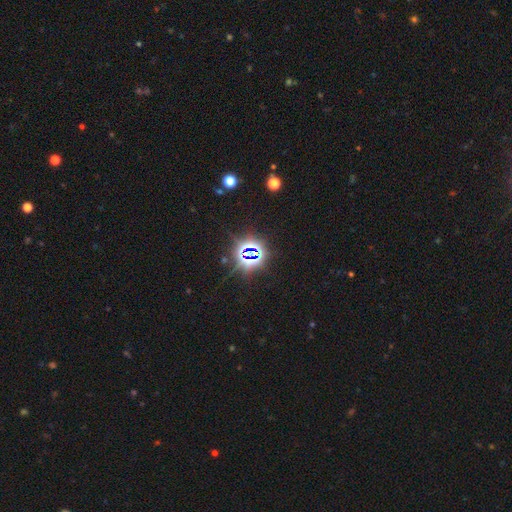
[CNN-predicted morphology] Overall: star or artifact (81%).